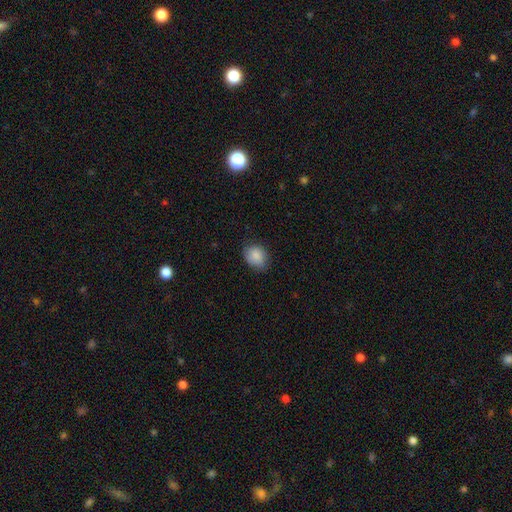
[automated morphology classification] Q: Smooth or featured?
A: smooth (87%); runner-up: star or artifact (7%)
Q: How rounded?
A: in between (56%); runner-up: round (43%)
Q: Merging?
A: none (74%); runner-up: minor disturbance (21%)